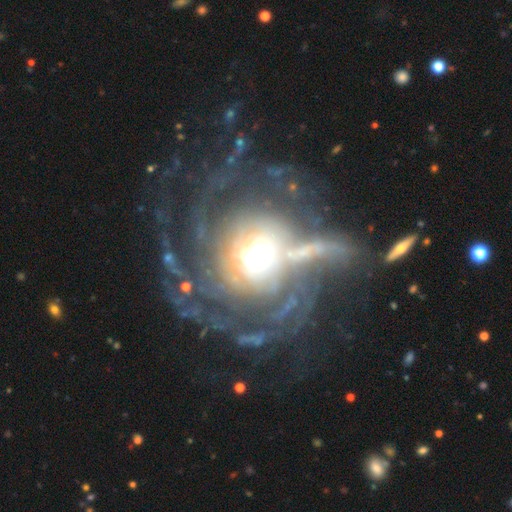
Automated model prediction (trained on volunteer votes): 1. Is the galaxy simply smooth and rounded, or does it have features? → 81% featured or disk, 10% star or artifact, 9% smooth.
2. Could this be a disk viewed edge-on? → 96% no, 4% yes.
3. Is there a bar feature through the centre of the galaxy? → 76% no, 16% weak, 8% strong.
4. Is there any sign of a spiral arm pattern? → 83% yes, 17% no.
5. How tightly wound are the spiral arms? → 41% tight, 31% medium, 28% loose.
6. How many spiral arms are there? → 30% can't tell, 16% 2, 16% 3, 14% 4, 13% more than 4, 10% 1.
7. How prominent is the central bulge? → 45% moderate, 40% large, 8% dominant, 6% small, 2% none.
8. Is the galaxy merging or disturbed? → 43% none, 34% major disturbance, 15% minor disturbance, 8% merger.